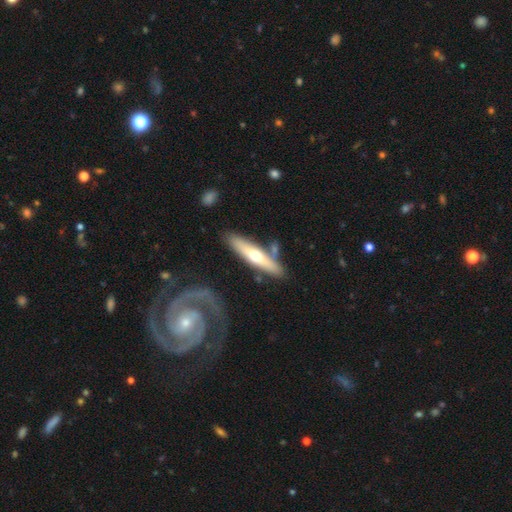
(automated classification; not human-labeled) Smooth or featured? featured or disk (49%)
Merging? none (72%)